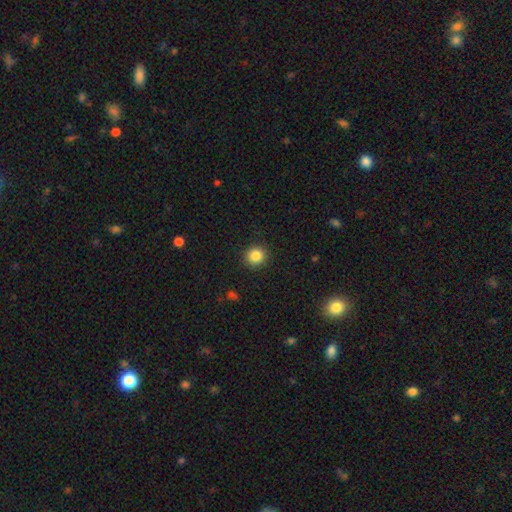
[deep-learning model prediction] A smooth galaxy with no disk features (85%) that is round (91%). Merging: none (91%).